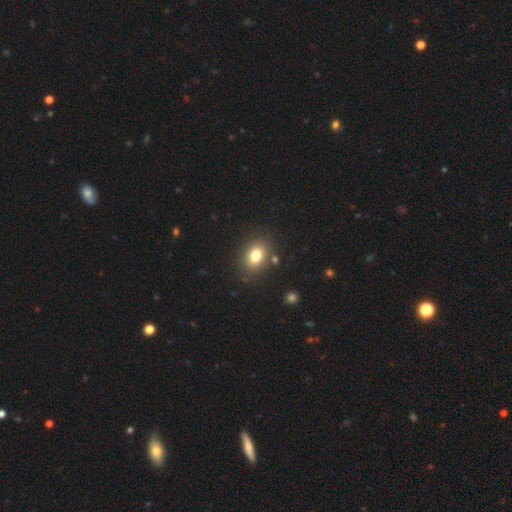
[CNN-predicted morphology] smooth-or-featured: smooth: 79% | star or artifact: 11% | featured or disk: 10%
  how-rounded: in between: 73% | round: 26% | cigar-shaped: 1%
  merging: none: 82% | minor disturbance: 10% | merger: 4% | major disturbance: 3%